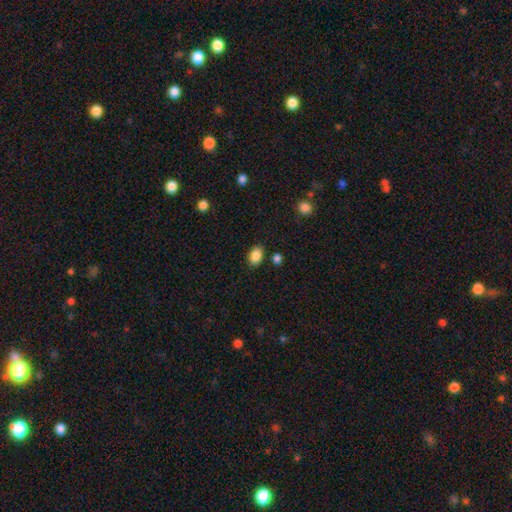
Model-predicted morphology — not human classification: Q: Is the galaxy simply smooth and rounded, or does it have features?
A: smooth — 87%.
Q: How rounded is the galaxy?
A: in between — 79%.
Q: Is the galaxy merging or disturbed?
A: none — 82%.